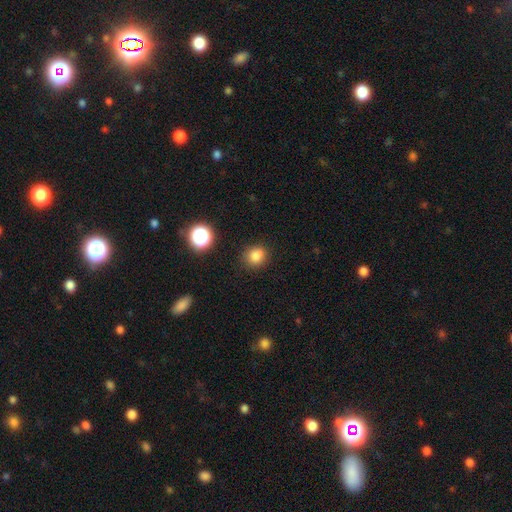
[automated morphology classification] Smooth or featured? Predicted: smooth (p=0.83). How rounded? Predicted: round (p=0.74). Merging? Predicted: none (p=0.85).